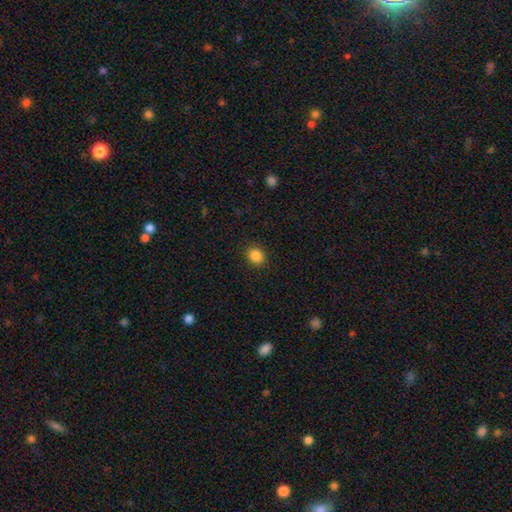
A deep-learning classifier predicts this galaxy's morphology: Q: Smooth or featured?
A: smooth (86%); runner-up: star or artifact (11%)
Q: How rounded?
A: round (73%); runner-up: in between (26%)
Q: Merging?
A: none (90%); runner-up: minor disturbance (7%)